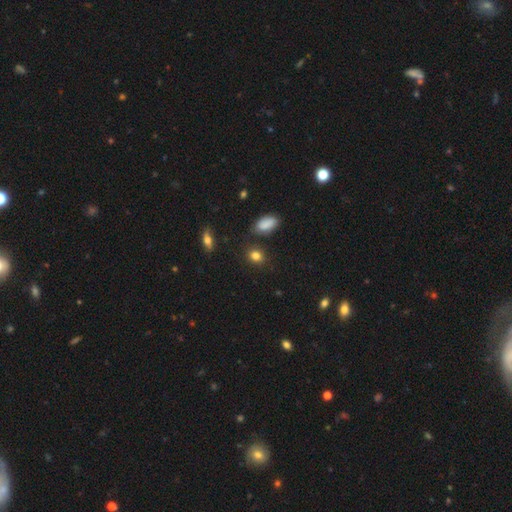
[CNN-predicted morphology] type=smooth (84%); roundness=in between (50%); merging=none (81%).